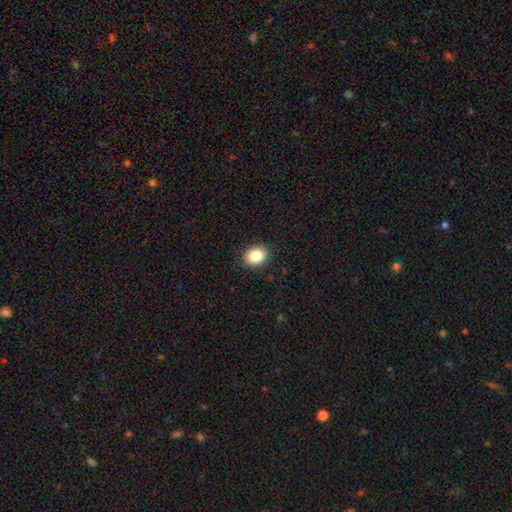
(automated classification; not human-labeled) A smooth galaxy with no disk features (86%) that is round (52%).

Vote fractions:
- Smooth or featured? smooth: 86% / star or artifact: 9% / featured or disk: 5%
- How rounded? round: 52% / in between: 47% / cigar-shaped: 1%
- Merging? none: 90% / minor disturbance: 7% / major disturbance: 2% / merger: 1%